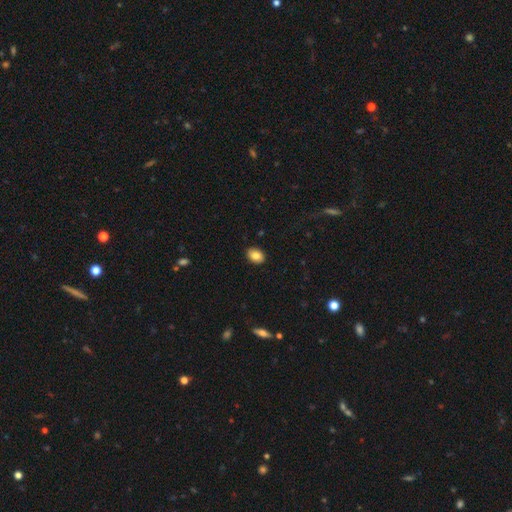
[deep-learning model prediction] Smooth or featured?
  - smooth: 85% *
  - star or artifact: 8%
  - featured or disk: 7%
How rounded?
  - in between: 73% *
  - round: 26%
  - cigar-shaped: 1%
Merging?
  - none: 89% *
  - minor disturbance: 8%
  - major disturbance: 2%
  - merger: 1%